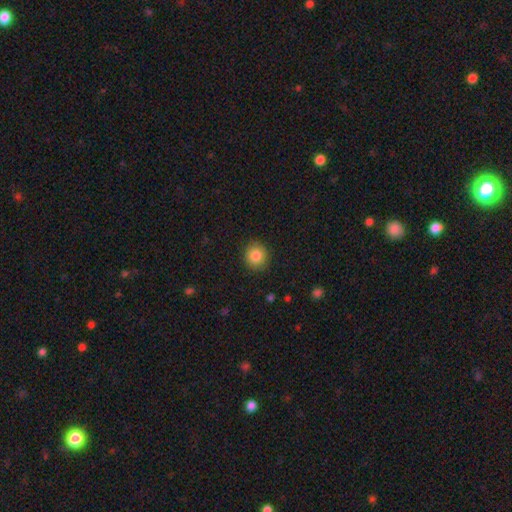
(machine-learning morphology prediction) A smooth galaxy with no disk features (84%) that is round (87%). Merging: none (90%).